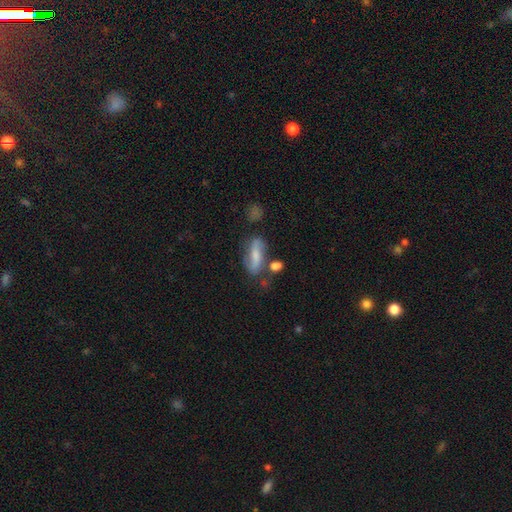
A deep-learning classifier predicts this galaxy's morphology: type=smooth (46%, tied with featured or disk); merging=none (58%).